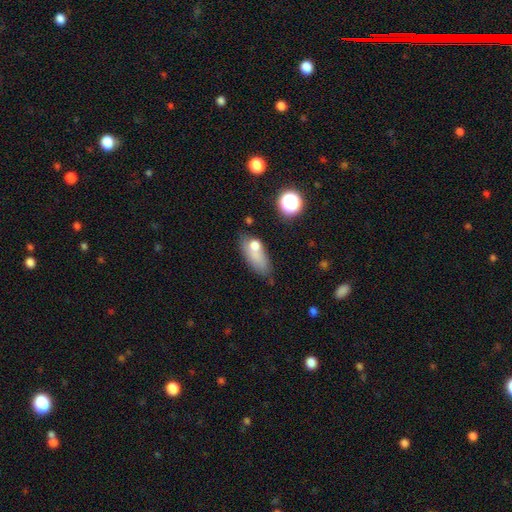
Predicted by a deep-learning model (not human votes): Overall: smooth (71%). How rounded: in between (78%). Merging: none (40%; minor disturbance 30%).